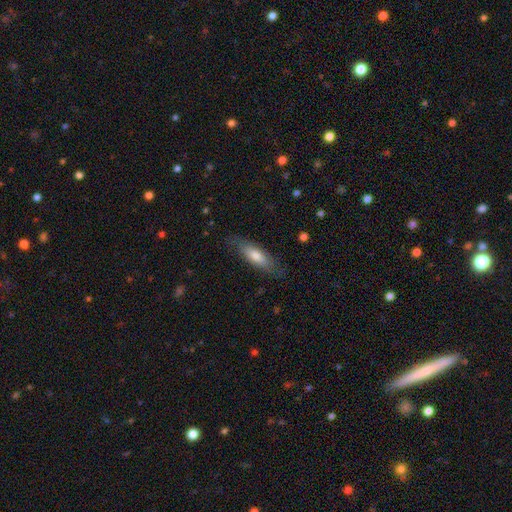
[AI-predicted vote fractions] A smooth galaxy with no disk features (67%) that is in between round and cigar-shaped (50%).

Vote fractions:
- Smooth or featured? smooth: 67% / featured or disk: 27% / star or artifact: 6%
- How rounded? in between: 50% / cigar-shaped: 48% / round: 2%
- Merging? none: 78% / minor disturbance: 17% / major disturbance: 4% / merger: 1%